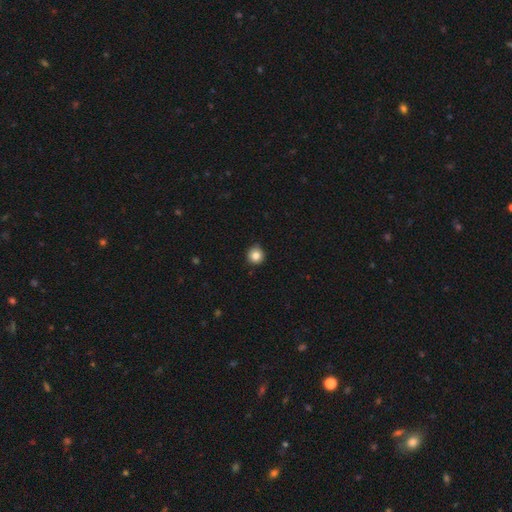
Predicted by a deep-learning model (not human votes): The model was most divided on "smooth or featured": smooth: 84%, star or artifact: 11%, featured or disk: 6%. More confident: how rounded — round (94%); merging — none (88%).